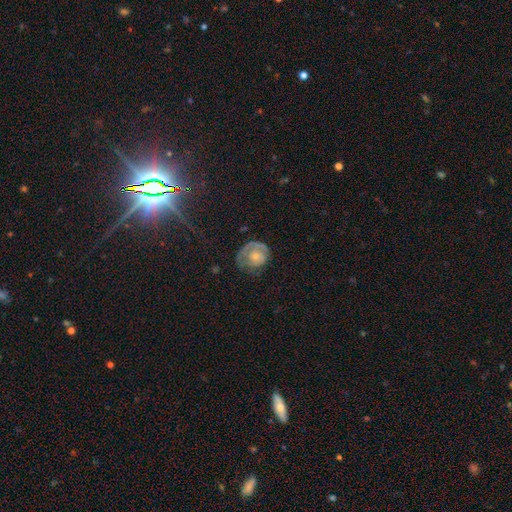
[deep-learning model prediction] A featured or disk galaxy (52%).

Vote fractions:
- Smooth or featured? featured or disk: 52% / smooth: 40% / star or artifact: 8%
- Edge-on disk? no: 97% / yes: 3%
- Merging? none: 54% / minor disturbance: 26% / major disturbance: 18% / merger: 2%